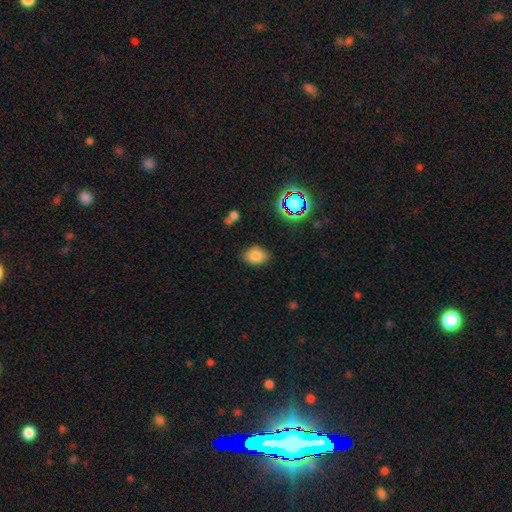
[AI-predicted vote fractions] The model was most divided on "how rounded": in between: 78%, round: 21%, cigar-shaped: 1%. More confident: merging — none (81%); smooth or featured — smooth (80%).